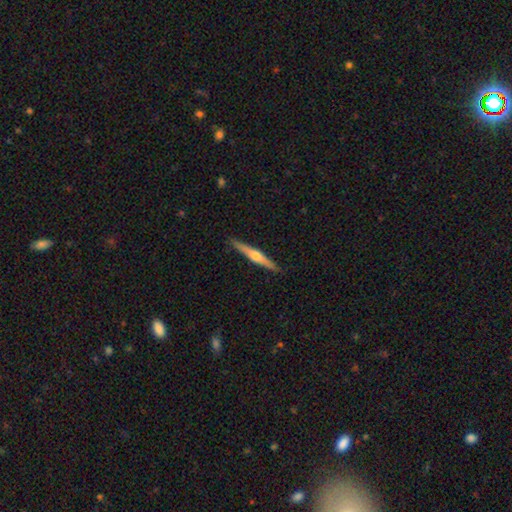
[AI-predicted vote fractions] A featured or disk galaxy (66%) viewed edge-on (98%) with a rounded central bulge (89%).

Vote fractions:
- Smooth or featured? featured or disk: 66% / smooth: 29% / star or artifact: 5%
- Edge-on disk? yes: 98% / no: 2%
- Edge-on bulge? rounded: 89% / none: 6% / boxy: 5%
- Merging? none: 91% / minor disturbance: 7% / major disturbance: 1% / merger: 1%